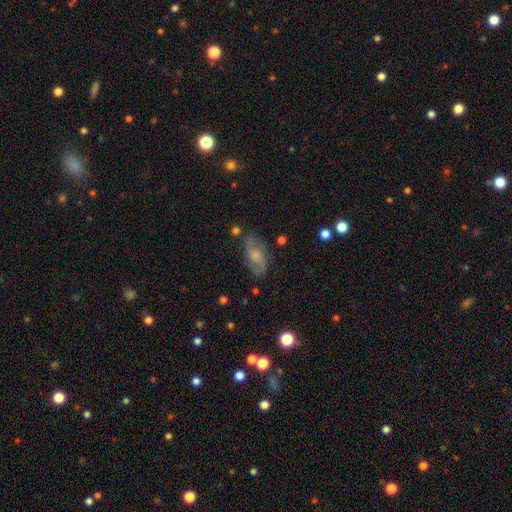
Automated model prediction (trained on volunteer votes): smooth-or-featured: featured or disk: 55% | smooth: 35% | star or artifact: 10%
  disk-edge-on: no: 89% | yes: 11%
  merging: none: 74% | minor disturbance: 17% | major disturbance: 6% | merger: 3%